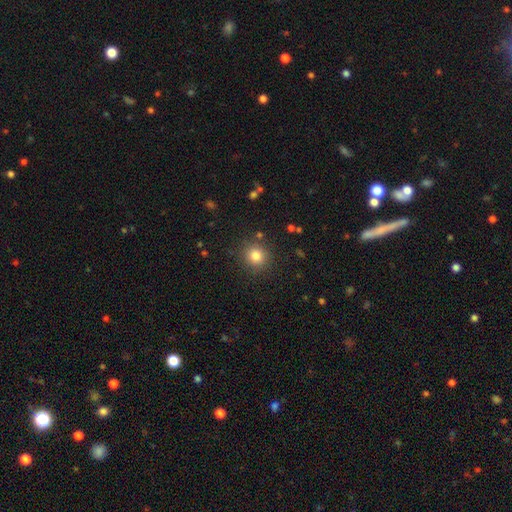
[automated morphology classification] Smooth or featured: smooth — 81% (star or artifact — 12%)
How rounded: round — 91% (in between — 8%)
Merging: none — 87% (minor disturbance — 8%)